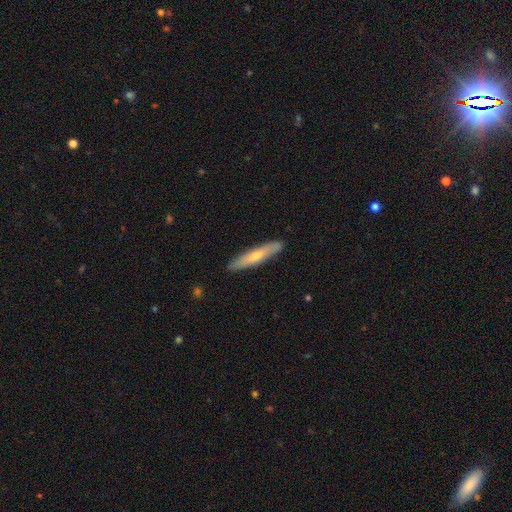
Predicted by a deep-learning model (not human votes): Overall: smooth (52%; featured or disk 42%). How rounded: cigar-shaped (90%). Merging: none (90%).